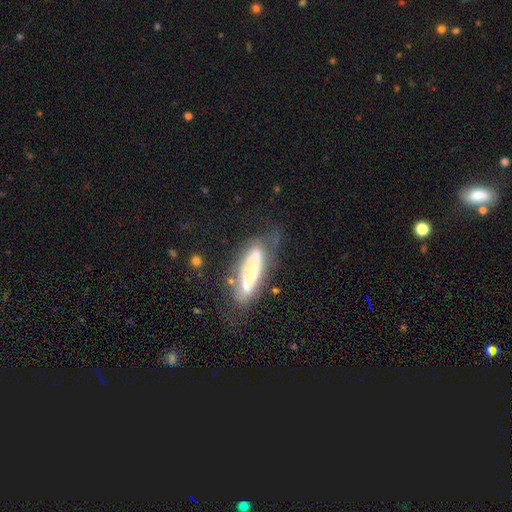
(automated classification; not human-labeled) featured or disk 62%, smooth 31%, star or artifact 7%. Down the decision tree: edge-on disk — no (77%); merging — none (46%).